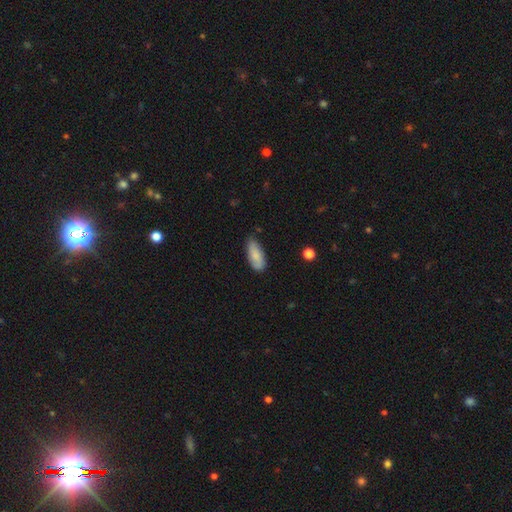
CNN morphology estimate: smooth_or_featured: smooth (p=0.82) [alt: featured or disk p=0.12]
how_rounded: in between (p=0.85) [alt: cigar-shaped p=0.13]
merging: none (p=0.71) [alt: minor disturbance p=0.24]